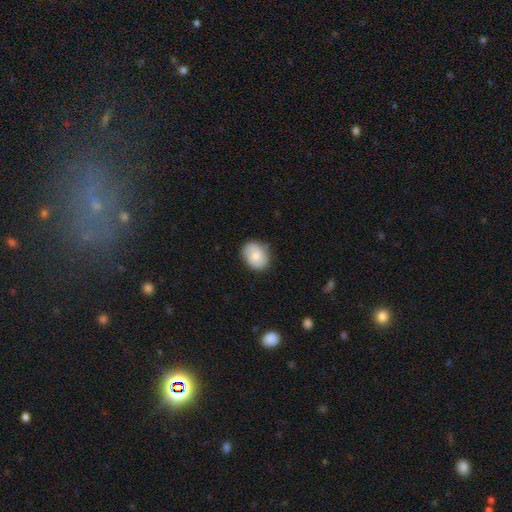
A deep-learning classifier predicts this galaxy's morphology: A smooth galaxy with no disk features (80%) that is in between round and cigar-shaped (59%).

Vote fractions:
- Smooth or featured? smooth: 80% / featured or disk: 14% / star or artifact: 7%
- How rounded? in between: 59% / round: 40% / cigar-shaped: 1%
- Merging? none: 76% / minor disturbance: 19% / major disturbance: 4% / merger: 1%